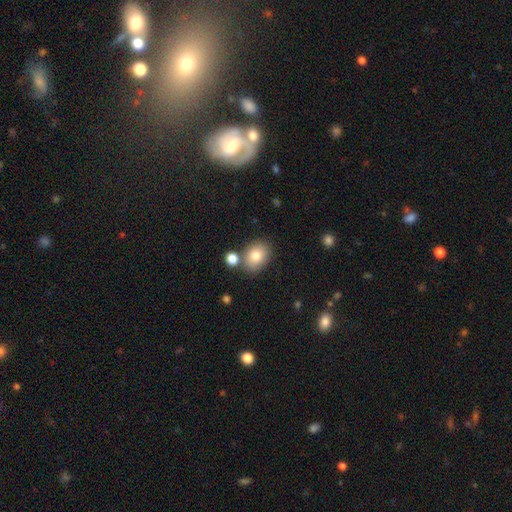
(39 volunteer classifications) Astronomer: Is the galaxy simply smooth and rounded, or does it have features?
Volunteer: smooth — 74%.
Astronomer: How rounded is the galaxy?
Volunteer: in between — 79%.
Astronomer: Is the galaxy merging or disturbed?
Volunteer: none — 58%.